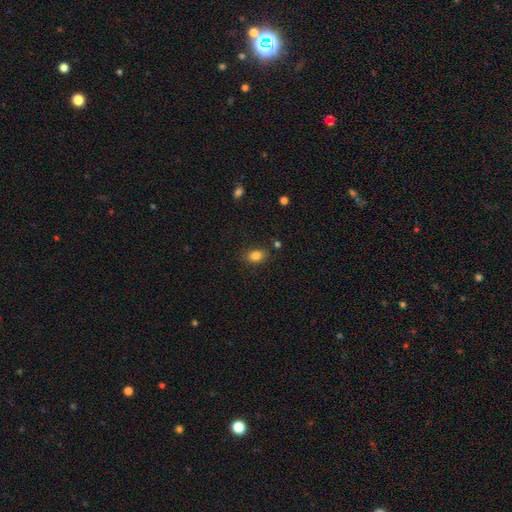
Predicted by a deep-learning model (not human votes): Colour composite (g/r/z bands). It shows a smooth galaxy with no disk features (84%) that is in between round and cigar-shaped (75%). Merging: none (83%).